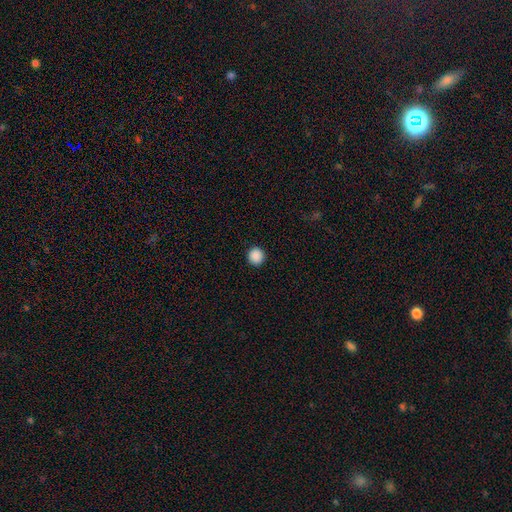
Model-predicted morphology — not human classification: A smooth galaxy with no disk features (89%) that is round (93%). Merging: none (93%).